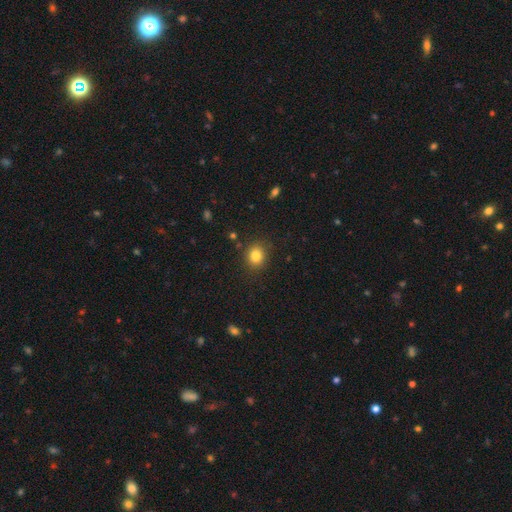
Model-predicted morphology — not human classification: Smooth or featured? Predicted: smooth (p=0.83). How rounded? Predicted: round (p=0.75). Merging? Predicted: none (p=0.87).